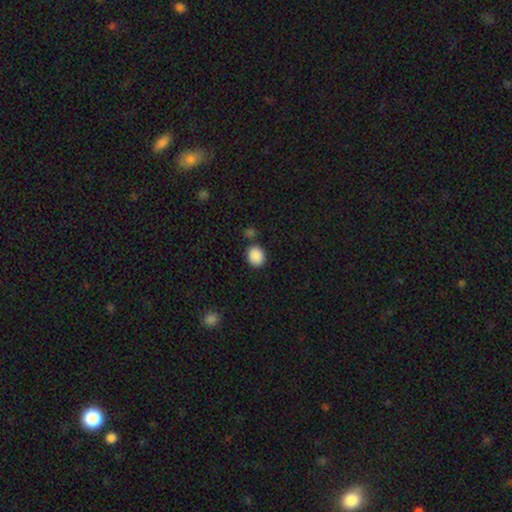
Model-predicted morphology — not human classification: smooth-or-featured: smooth: 89% | star or artifact: 8% | featured or disk: 3%
  how-rounded: round: 62% | in between: 37% | cigar-shaped: 1%
  merging: none: 79% | minor disturbance: 10% | merger: 7% | major disturbance: 3%